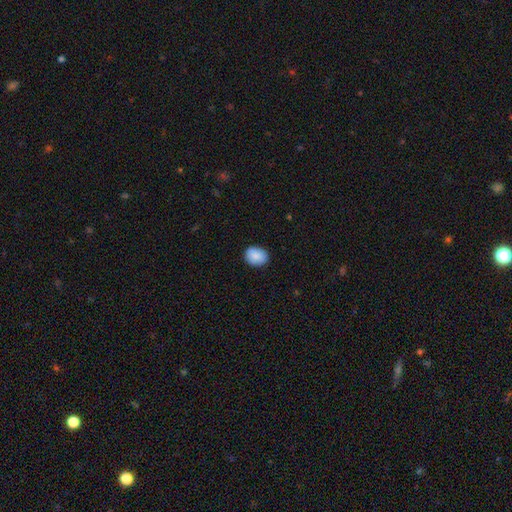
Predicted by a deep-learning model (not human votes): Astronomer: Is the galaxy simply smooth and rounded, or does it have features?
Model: smooth — 88%.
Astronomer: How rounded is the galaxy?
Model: in between — 51% (runner-up: round, 48%).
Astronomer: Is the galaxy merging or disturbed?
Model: none — 86%.